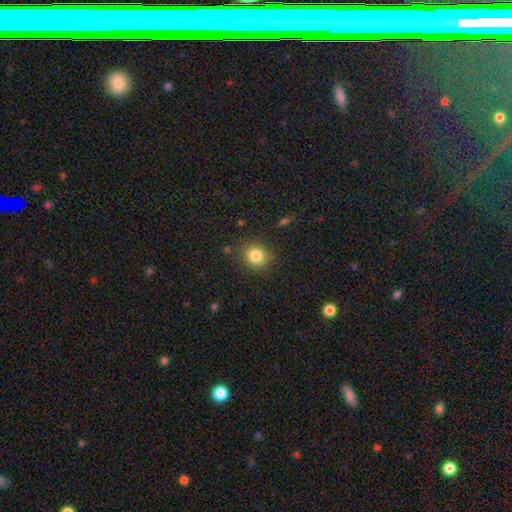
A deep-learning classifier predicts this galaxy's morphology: A smooth galaxy with no disk features (83%) that is round (76%).

Vote fractions:
- Smooth or featured? smooth: 83% / star or artifact: 12% / featured or disk: 6%
- How rounded? round: 76% / in between: 23% / cigar-shaped: 1%
- Merging? none: 83% / minor disturbance: 11% / major disturbance: 4% / merger: 2%